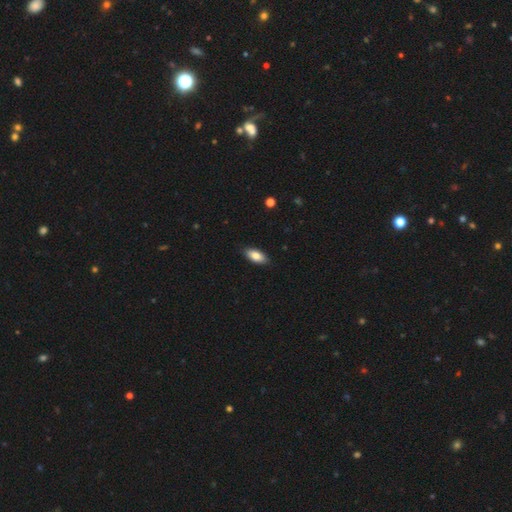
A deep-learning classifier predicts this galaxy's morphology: smooth 84%, featured or disk 10%, star or artifact 6%. Down the decision tree: how rounded — in between (88%); merging — none (88%).